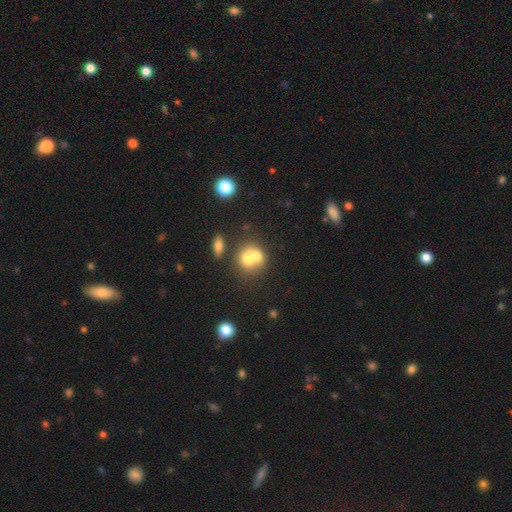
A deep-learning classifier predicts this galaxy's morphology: The model was most divided on "merging": merger: 63%, none: 26%, minor disturbance: 7%, major disturbance: 4%. More confident: how rounded — round (68%); smooth or featured — smooth (65%).